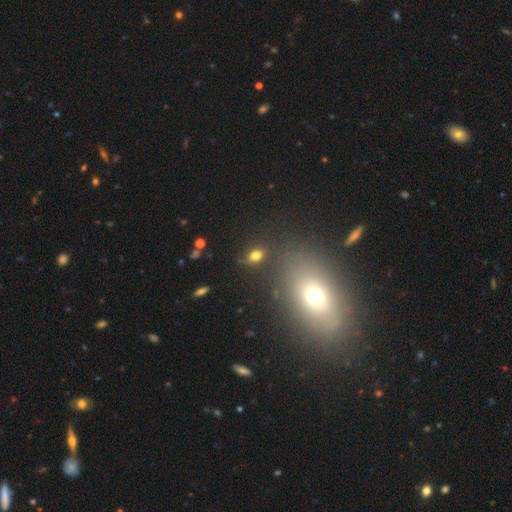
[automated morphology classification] smooth 75%, star or artifact 16%, featured or disk 8%. Down the decision tree: how rounded — in between (76%); merging — none (81%).